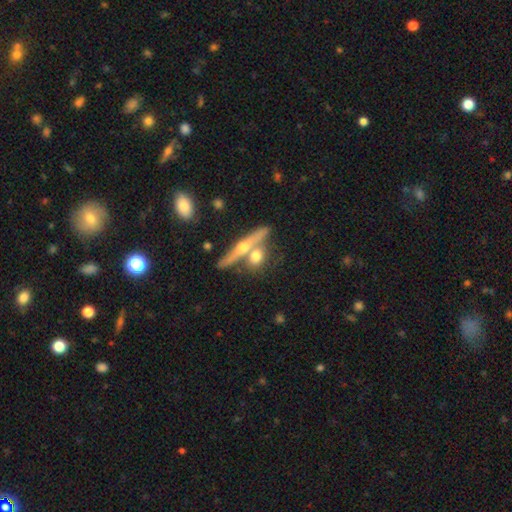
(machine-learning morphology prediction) Overall: featured or disk (48%; smooth 44%). Merging: none (51%; merger 35%).